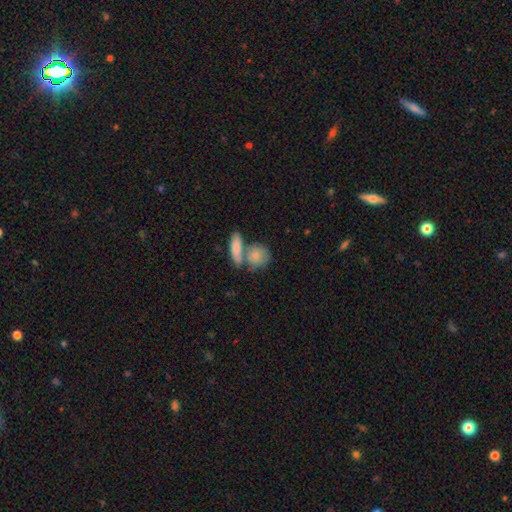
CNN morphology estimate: smooth 80%, featured or disk 15%, star or artifact 6%. Down the decision tree: how rounded — round (55%); merging — merger (43%).